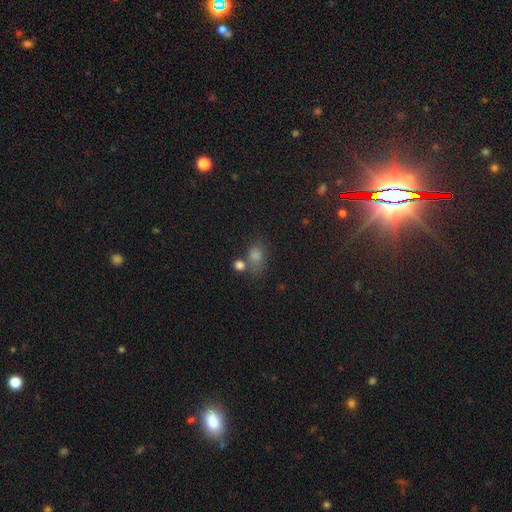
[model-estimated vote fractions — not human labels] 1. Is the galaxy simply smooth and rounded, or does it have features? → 77% smooth, 15% star or artifact, 8% featured or disk.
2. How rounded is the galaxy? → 58% in between, 40% round, 2% cigar-shaped.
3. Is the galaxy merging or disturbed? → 46% none, 25% merger, 18% minor disturbance, 11% major disturbance.